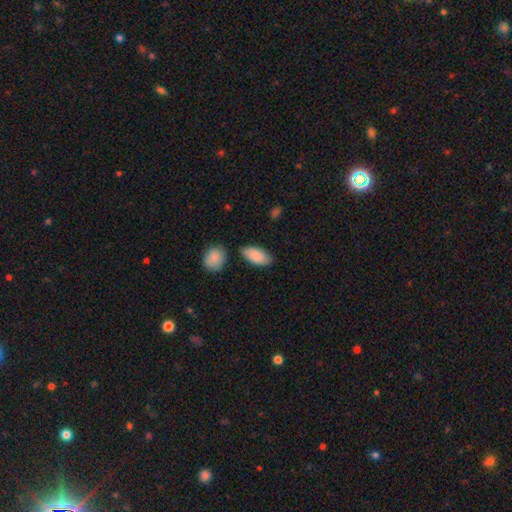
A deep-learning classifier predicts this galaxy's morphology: A smooth galaxy with no disk features (87%) that is in between round and cigar-shaped (93%).

Vote fractions:
- Smooth or featured? smooth: 87% / featured or disk: 8% / star or artifact: 6%
- How rounded? in between: 93% / cigar-shaped: 5% / round: 3%
- Merging? none: 75% / minor disturbance: 16% / merger: 6% / major disturbance: 3%